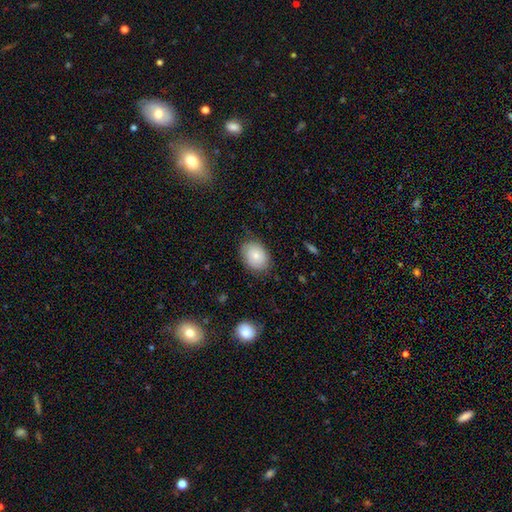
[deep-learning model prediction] smooth_or_featured: smooth (p=0.72) [alt: featured or disk p=0.20]
how_rounded: in between (p=0.71) [alt: round p=0.28]
merging: none (p=0.79) [alt: minor disturbance p=0.16]